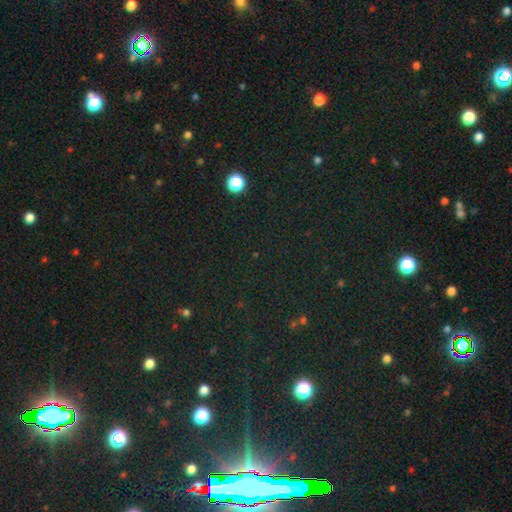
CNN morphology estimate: type=star or artifact (76%).